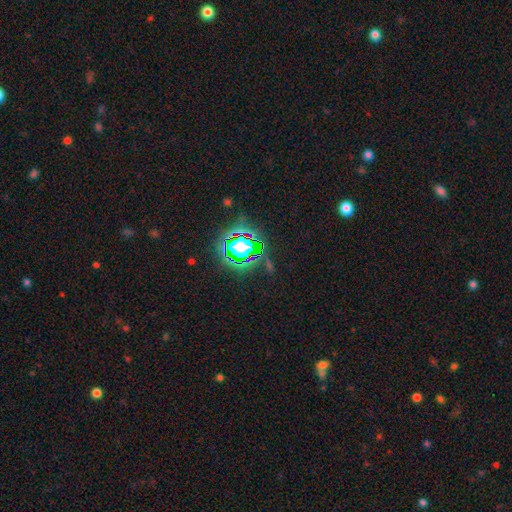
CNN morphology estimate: A star or artifact, not a galaxy (82%).